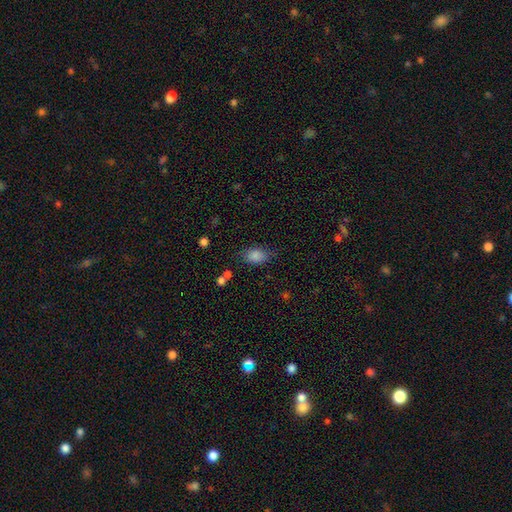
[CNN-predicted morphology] smooth-or-featured: smooth: 85% | star or artifact: 9% | featured or disk: 6%
  how-rounded: in between: 82% | round: 16% | cigar-shaped: 2%
  merging: none: 68% | minor disturbance: 23% | major disturbance: 7% | merger: 3%